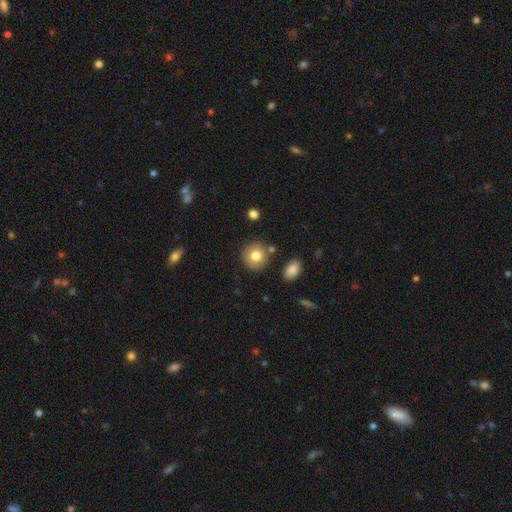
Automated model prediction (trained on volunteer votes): This is clearly a smooth galaxy (80%). How rounded: clearly round (89%). Merging: clearly none (82%).